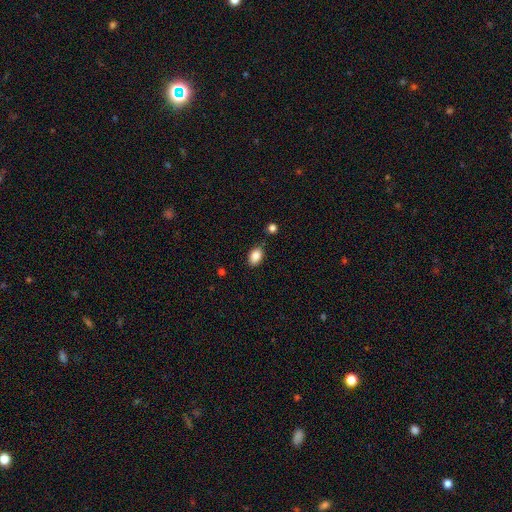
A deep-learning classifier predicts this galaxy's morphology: smooth-or-featured: smooth: 87% | star or artifact: 8% | featured or disk: 5%
  how-rounded: in between: 86% | round: 13% | cigar-shaped: 1%
  merging: none: 83% | minor disturbance: 12% | merger: 3% | major disturbance: 3%